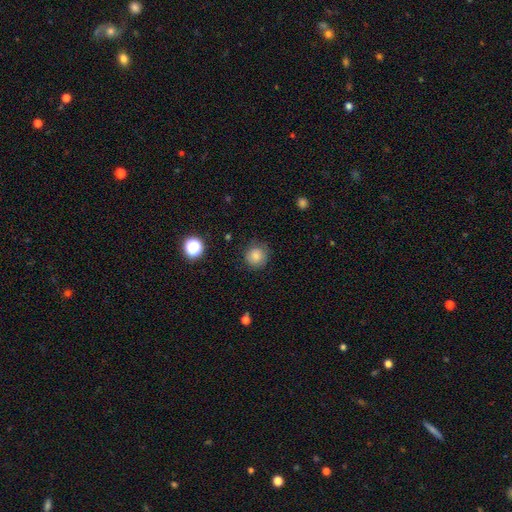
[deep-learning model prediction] smooth 82%, star or artifact 11%, featured or disk 7%. Down the decision tree: how rounded — round (92%); merging — none (83%).